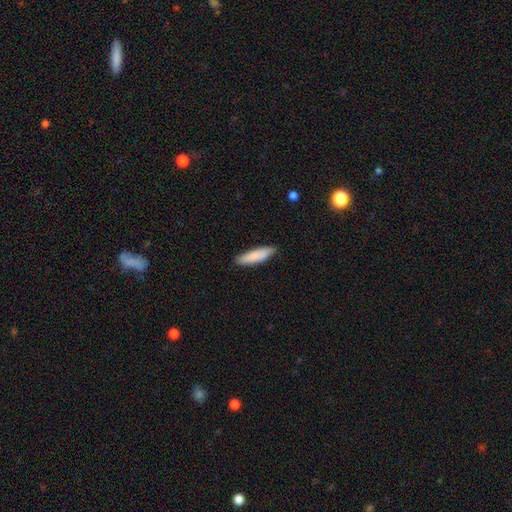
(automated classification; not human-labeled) A smooth galaxy with no disk features (84%) that is cigar-shaped (70%).

Vote fractions:
- Smooth or featured? smooth: 84% / featured or disk: 10% / star or artifact: 6%
- How rounded? cigar-shaped: 70% / in between: 29% / round: 1%
- Merging? none: 86% / minor disturbance: 11% / major disturbance: 2% / merger: 1%